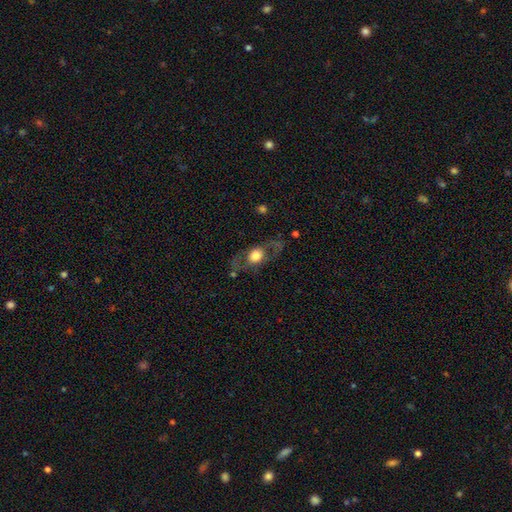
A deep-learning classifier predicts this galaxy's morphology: Smooth or featured? featured or disk (56%)
Edge-on disk? no (76%)
Merging? none (70%)